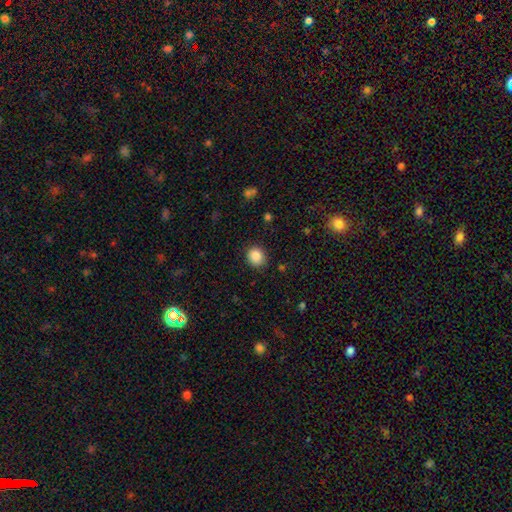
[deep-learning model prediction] A smooth galaxy with no disk features (87%) that is round (75%).

Vote fractions:
- Smooth or featured? smooth: 87% / star or artifact: 9% / featured or disk: 4%
- How rounded? round: 75% / in between: 24% / cigar-shaped: 1%
- Merging? none: 84% / minor disturbance: 12% / major disturbance: 3% / merger: 1%